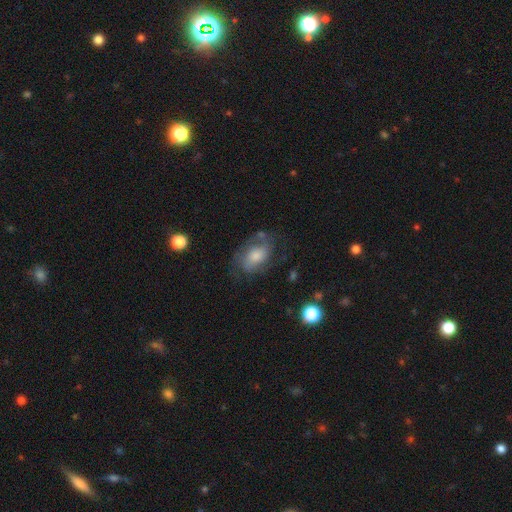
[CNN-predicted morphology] type=featured or disk (56%); edge-on=no (95%); bar=no (65%); spiral arms=yes (80%); bulge=moderate (43%); merging=none (61%).